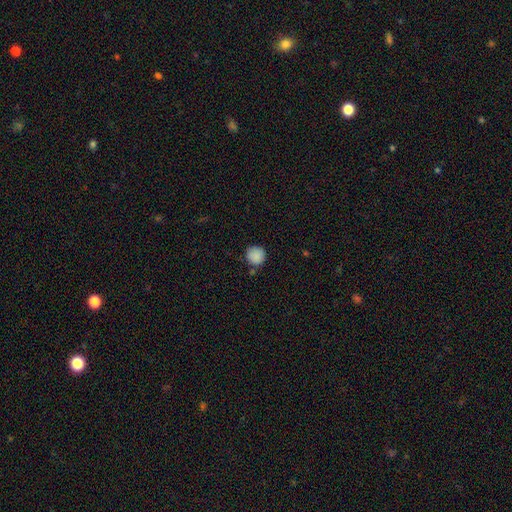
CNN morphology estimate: The model was most divided on "merging": none: 77%, minor disturbance: 14%, merger: 5%, major disturbance: 3%. More confident: how rounded — round (93%); smooth or featured — smooth (88%).